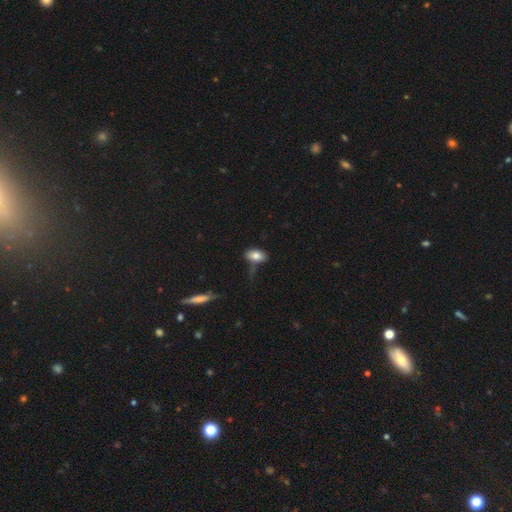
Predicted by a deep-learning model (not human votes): Smooth or featured? Predicted: smooth (p=0.81). How rounded? Predicted: in between (p=0.90). Merging? Predicted: none (p=0.60).